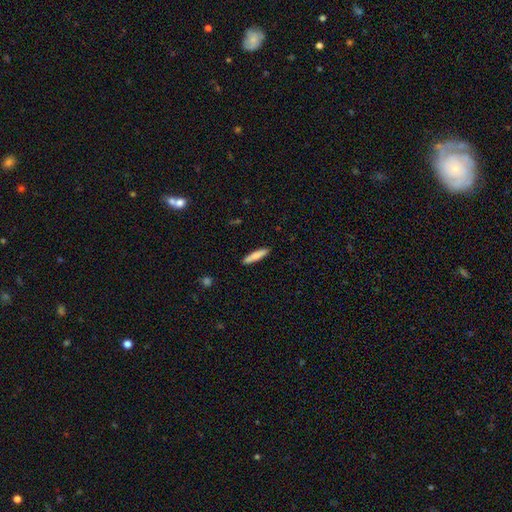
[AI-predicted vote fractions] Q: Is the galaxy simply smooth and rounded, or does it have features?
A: smooth — 77%.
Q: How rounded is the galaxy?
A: cigar-shaped — 86%.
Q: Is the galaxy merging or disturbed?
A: none — 88%.